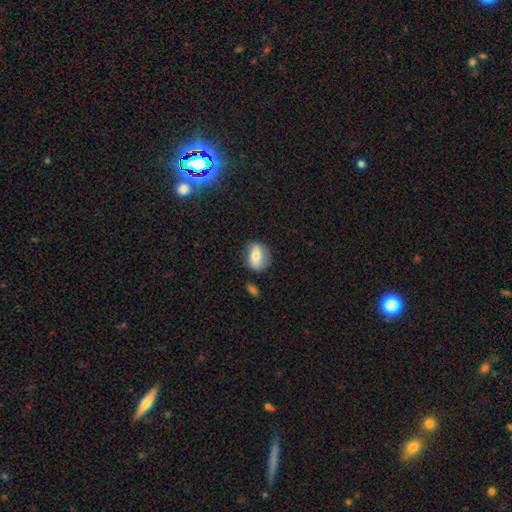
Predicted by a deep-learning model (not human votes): A smooth galaxy with no disk features (63%) that is in between round and cigar-shaped (64%). Merging: none (69%).